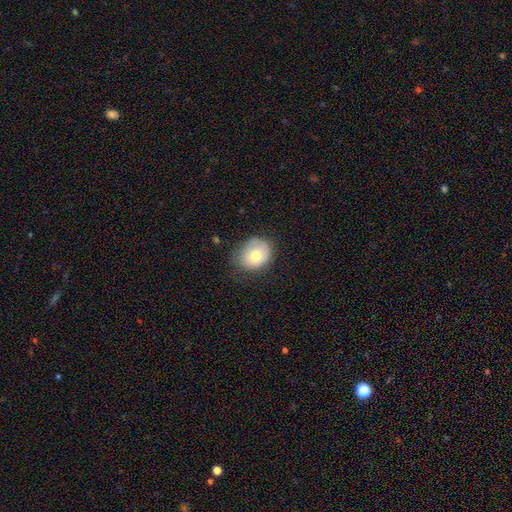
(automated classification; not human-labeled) This appears to be a smooth galaxy with no disk features (74%) that is round (53%). Merging: none (60%).